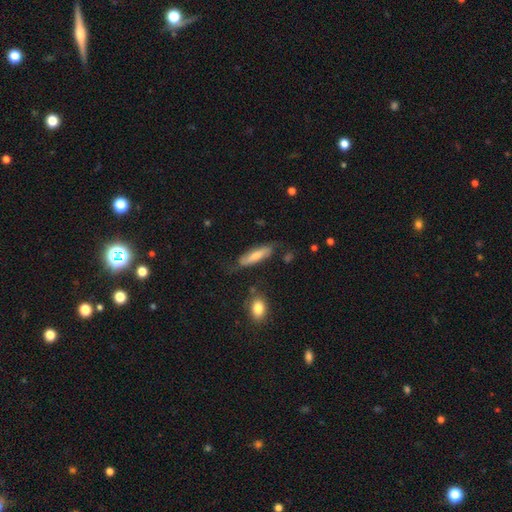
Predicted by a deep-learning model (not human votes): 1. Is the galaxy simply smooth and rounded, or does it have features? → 62% smooth, 32% featured or disk, 6% star or artifact.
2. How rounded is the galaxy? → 65% cigar-shaped, 33% in between, 2% round.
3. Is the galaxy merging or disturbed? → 65% none, 23% minor disturbance, 8% major disturbance, 4% merger.